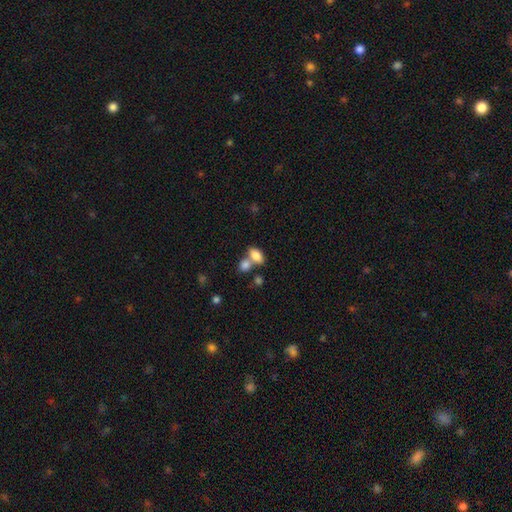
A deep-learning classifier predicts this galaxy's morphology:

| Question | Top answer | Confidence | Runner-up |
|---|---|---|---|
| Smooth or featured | smooth | 81% | featured or disk (10%) |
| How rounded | in between | 88% | round (9%) |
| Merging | merger | 44% | none (41%) |